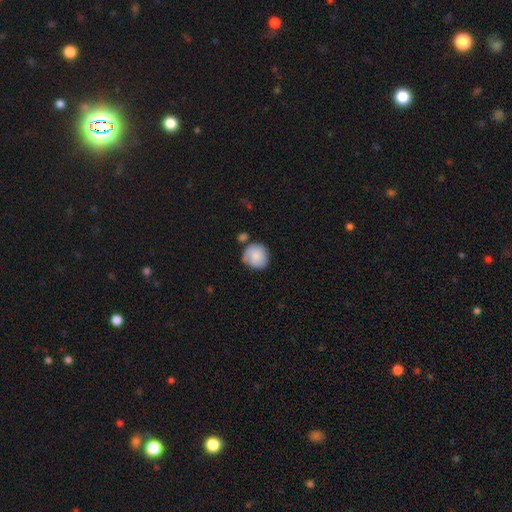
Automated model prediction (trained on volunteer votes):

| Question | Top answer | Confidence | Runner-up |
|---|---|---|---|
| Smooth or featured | smooth | 83% | featured or disk (10%) |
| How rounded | round | 87% | in between (12%) |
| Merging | none | 64% | minor disturbance (21%) |